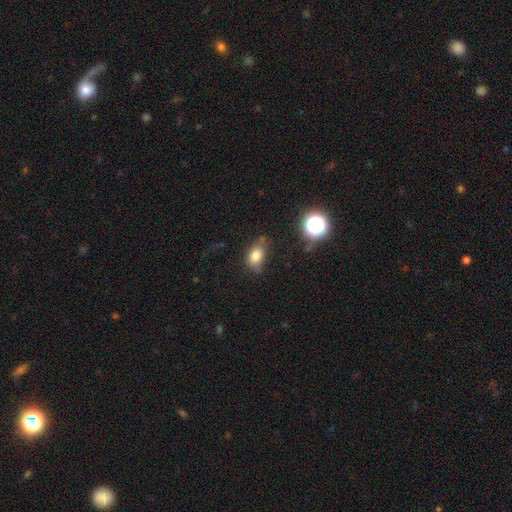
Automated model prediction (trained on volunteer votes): Smooth or featured? Predicted: smooth (p=0.78). How rounded? Predicted: in between (p=0.75). Merging? Predicted: none (p=0.57).